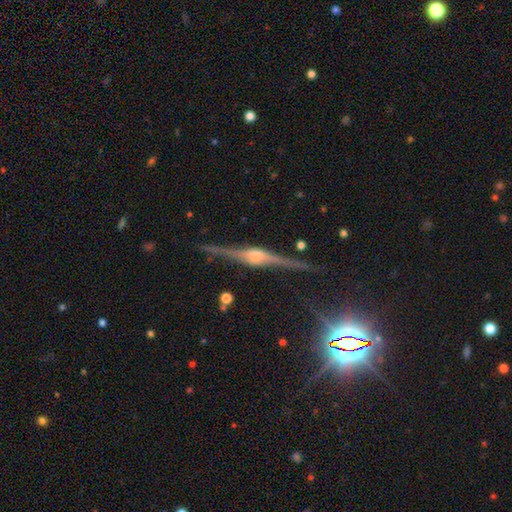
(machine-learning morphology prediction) Smooth or featured: featured or disk — 88% (star or artifact — 7%)
Edge-on disk: yes — 98% (no — 2%)
Edge-on bulge: rounded — 82% (boxy — 15%)
Merging: none — 87% (minor disturbance — 9%)